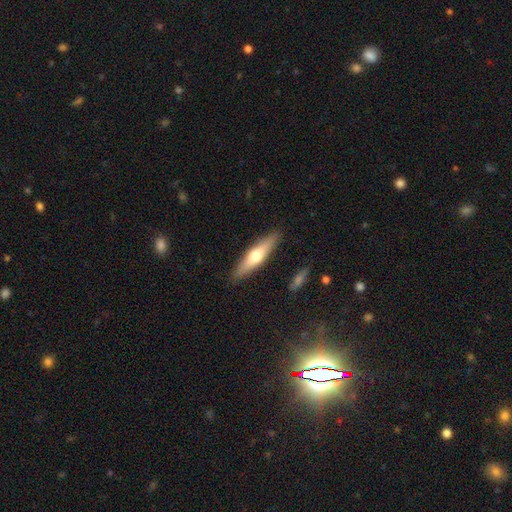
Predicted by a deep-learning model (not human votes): Smooth or featured? Predicted: smooth (p=0.53). How rounded? Predicted: cigar-shaped (p=0.76). Merging? Predicted: none (p=0.89).